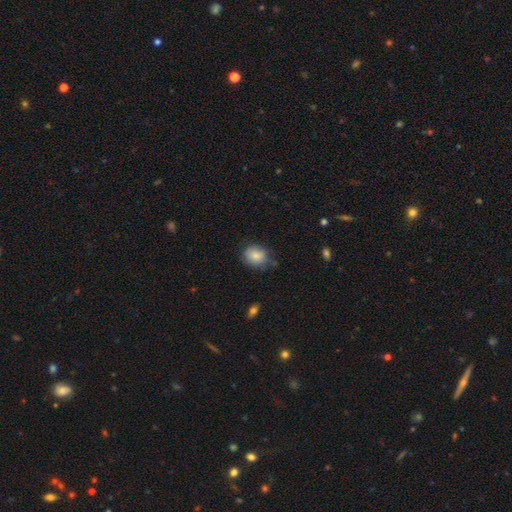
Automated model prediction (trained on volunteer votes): smooth 85%, star or artifact 8%, featured or disk 7%. Down the decision tree: how rounded — round (58%); merging — none (70%).